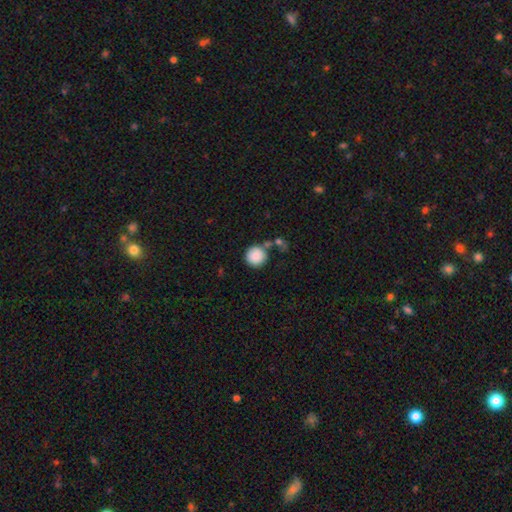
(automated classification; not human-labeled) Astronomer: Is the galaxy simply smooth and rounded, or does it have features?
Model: smooth — 88%.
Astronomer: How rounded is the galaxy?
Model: round — 94%.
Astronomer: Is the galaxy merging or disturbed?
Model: none — 66%.